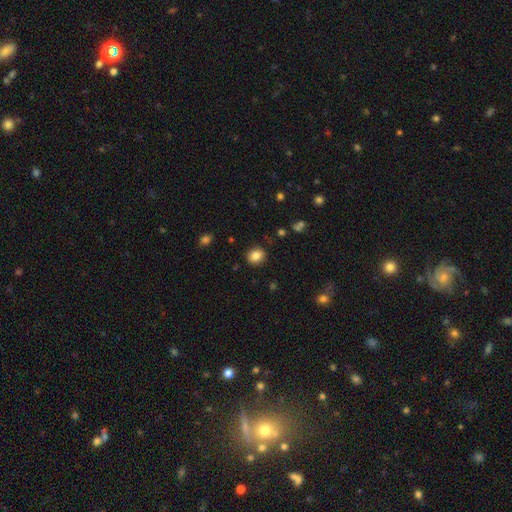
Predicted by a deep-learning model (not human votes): Smooth or featured? smooth (84%)
How rounded? round (68%)
Merging? none (88%)